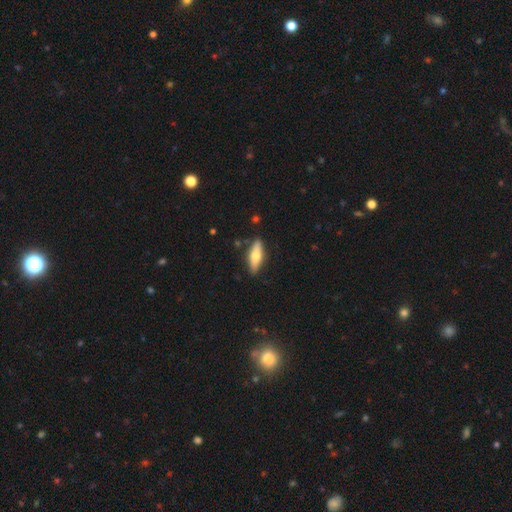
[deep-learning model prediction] Smooth or featured: smooth — 57% (featured or disk — 38%)
How rounded: cigar-shaped — 50% (in between — 48%)
Merging: none — 85% (minor disturbance — 10%)